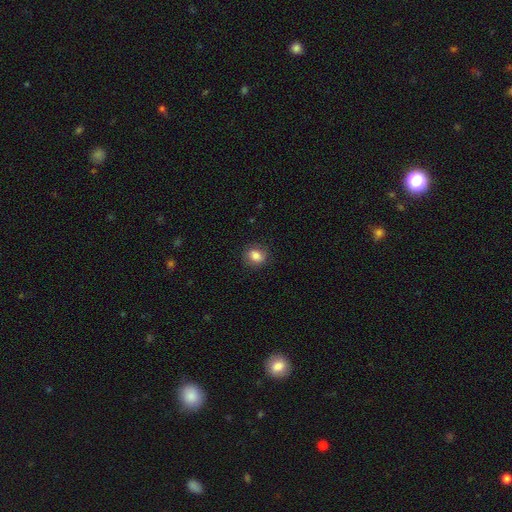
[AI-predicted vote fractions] smooth 82%, star or artifact 9%, featured or disk 9%. Down the decision tree: how rounded — round (58%); merging — none (84%).